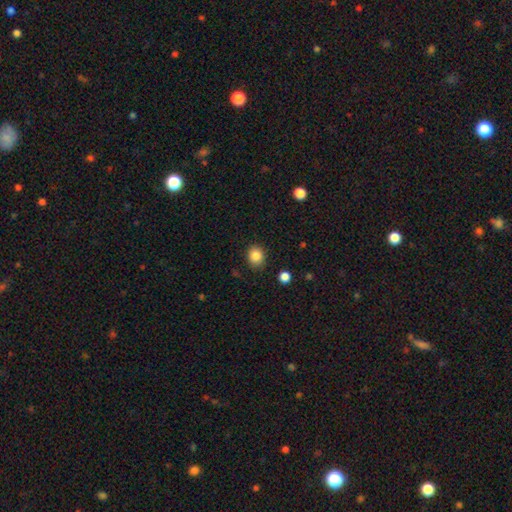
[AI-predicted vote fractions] smooth-or-featured: smooth: 86% | star or artifact: 10% | featured or disk: 4%
  how-rounded: round: 65% | in between: 34% | cigar-shaped: 1%
  merging: none: 84% | minor disturbance: 11% | major disturbance: 3% | merger: 2%